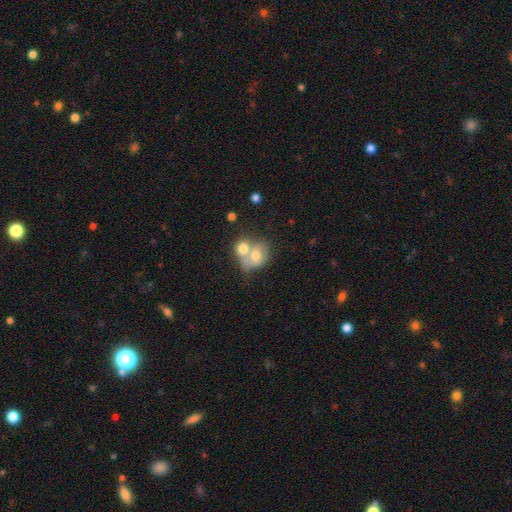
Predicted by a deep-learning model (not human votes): This appears to be a smooth galaxy with no disk features (60%) that is round (57%). Merging: merger (69%).